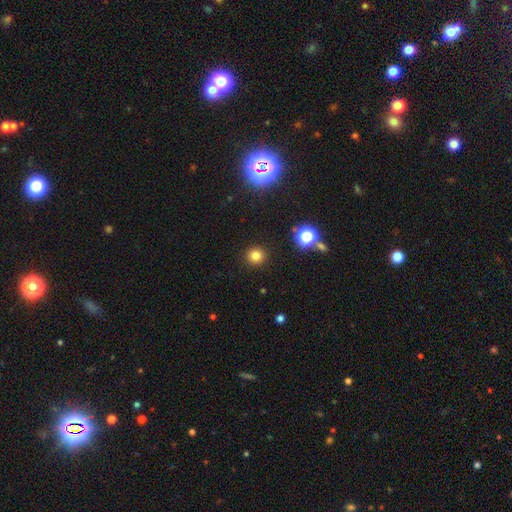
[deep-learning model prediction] A smooth galaxy with no disk features (80%) that is round (94%).

Vote fractions:
- Smooth or featured? smooth: 80% / star or artifact: 15% / featured or disk: 5%
- How rounded? round: 94% / in between: 5% / cigar-shaped: 1%
- Merging? none: 92% / minor disturbance: 5% / major disturbance: 2% / merger: 1%